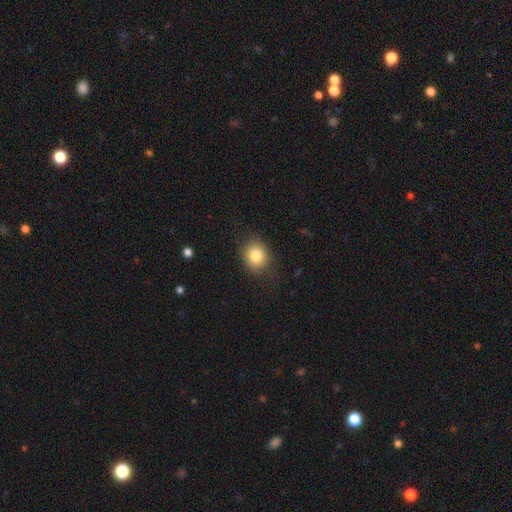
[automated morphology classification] Q: Smooth or featured?
A: smooth (82%); runner-up: star or artifact (10%)
Q: How rounded?
A: round (72%); runner-up: in between (27%)
Q: Merging?
A: none (82%); runner-up: minor disturbance (13%)